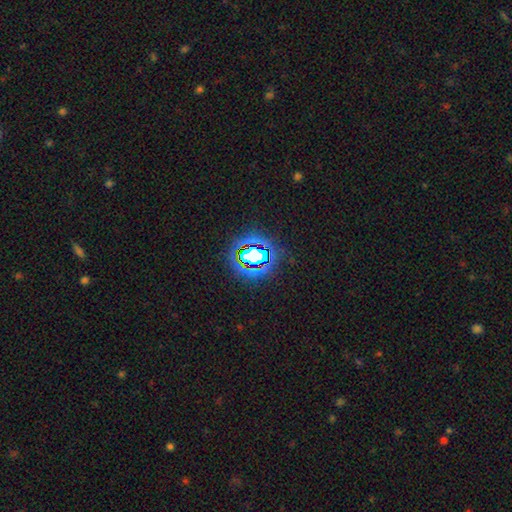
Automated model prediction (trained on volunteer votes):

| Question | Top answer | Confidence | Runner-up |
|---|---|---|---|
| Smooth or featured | star or artifact | 67% | smooth (20%) |